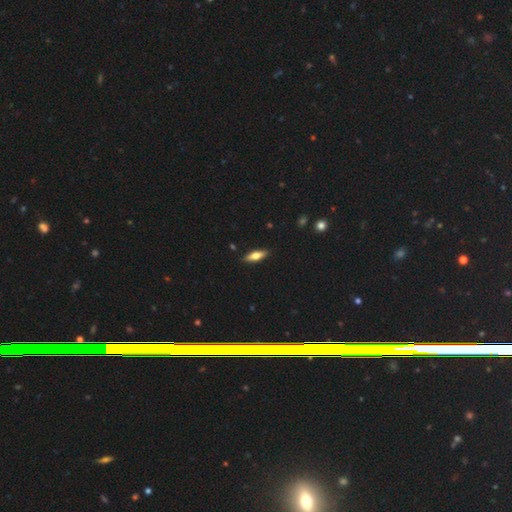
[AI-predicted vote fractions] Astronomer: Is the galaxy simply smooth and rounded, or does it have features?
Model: smooth — 62%.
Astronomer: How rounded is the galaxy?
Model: in between — 50% (runner-up: cigar-shaped, 48%).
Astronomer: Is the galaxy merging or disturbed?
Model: none — 89%.